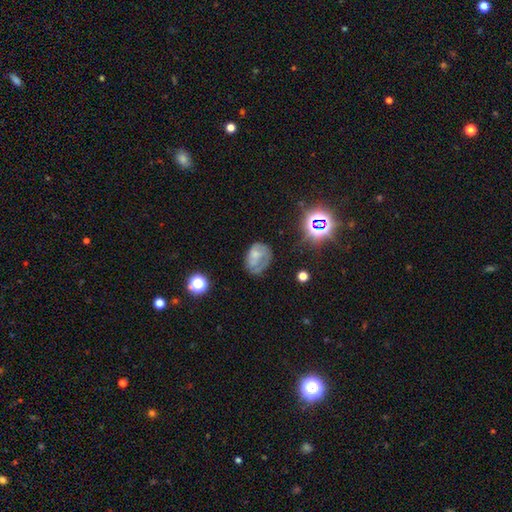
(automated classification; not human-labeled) The model was most divided on "smooth or featured": smooth: 44%, featured or disk: 42%, star or artifact: 14%. Remaining: merging — none (38%).